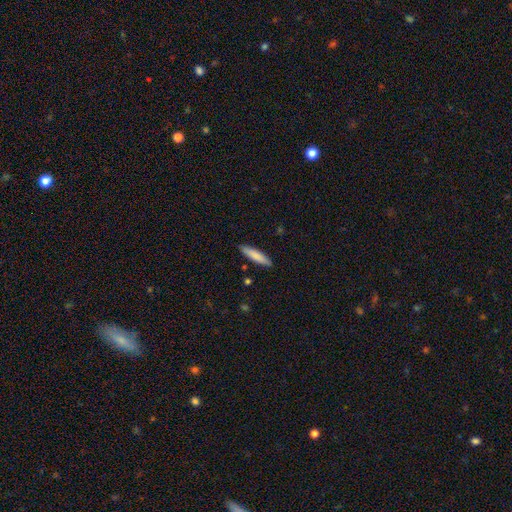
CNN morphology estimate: Smooth or featured?
  - smooth: 81% *
  - featured or disk: 14%
  - star or artifact: 5%
How rounded?
  - cigar-shaped: 80% *
  - in between: 19%
  - round: 1%
Merging?
  - none: 88% *
  - minor disturbance: 9%
  - major disturbance: 2%
  - merger: 1%